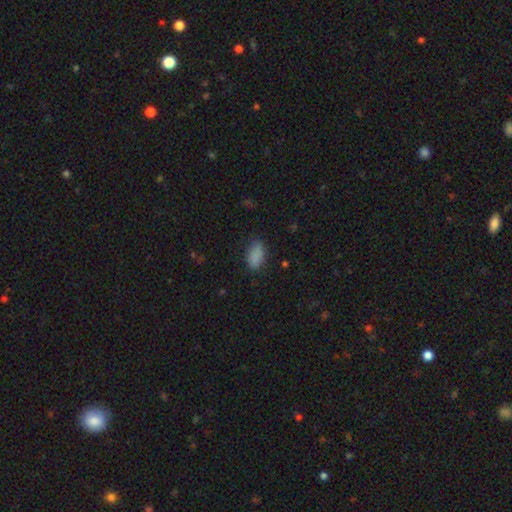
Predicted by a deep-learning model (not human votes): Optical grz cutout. It shows a smooth galaxy with no disk features (87%) that is in between round and cigar-shaped (92%). Merging: none (77%).